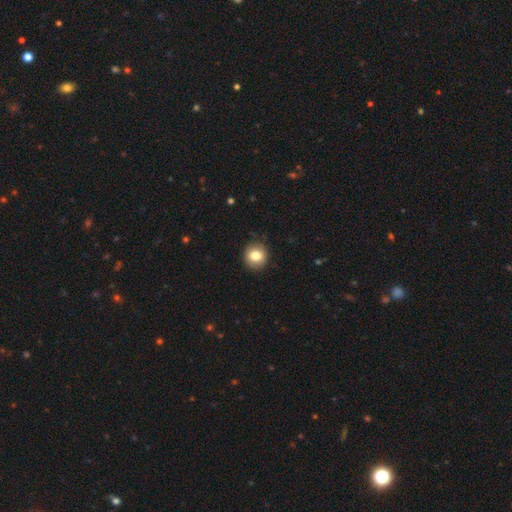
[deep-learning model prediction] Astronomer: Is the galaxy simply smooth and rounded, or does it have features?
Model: smooth — 81%.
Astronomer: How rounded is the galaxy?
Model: round — 87%.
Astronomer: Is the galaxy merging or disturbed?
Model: none — 89%.